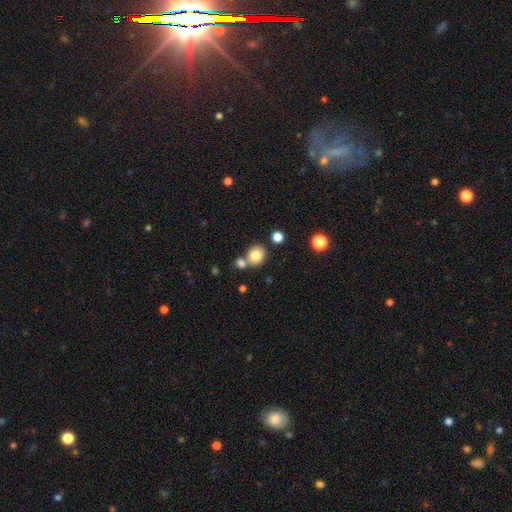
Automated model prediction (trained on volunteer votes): Smooth or featured? smooth (81%)
How rounded? round (74%)
Merging? none (60%)